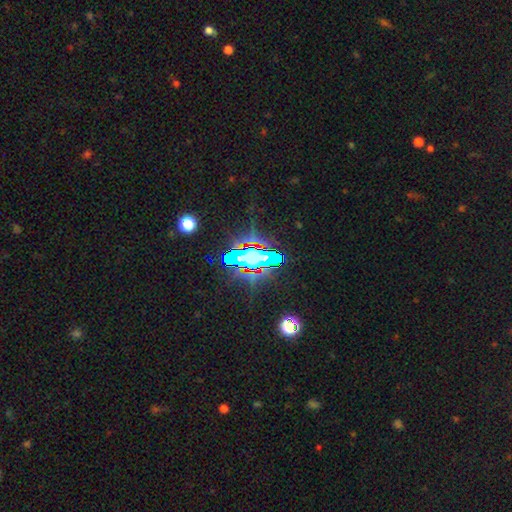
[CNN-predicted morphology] This appears to be a star or artifact, not a galaxy (67%).